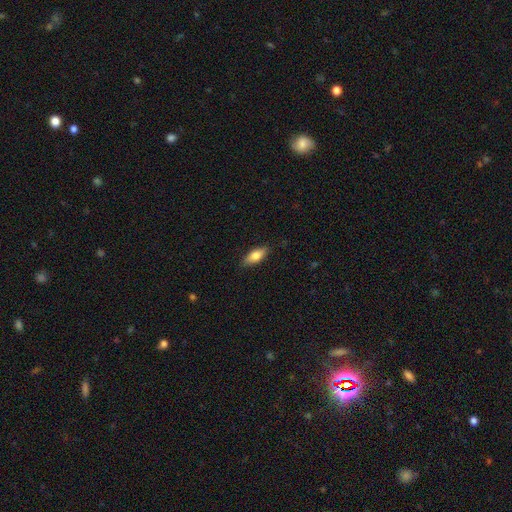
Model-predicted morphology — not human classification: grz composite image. It shows a smooth galaxy with no disk features (74%) that is in between round and cigar-shaped (73%). Merging: none (85%).